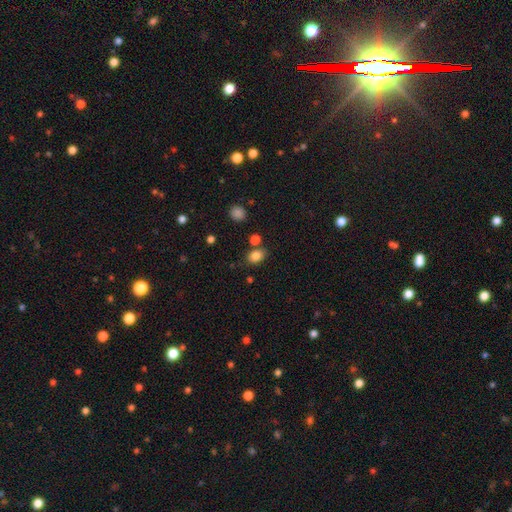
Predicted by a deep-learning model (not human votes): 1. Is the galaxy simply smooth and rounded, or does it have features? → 83% smooth, 11% star or artifact, 6% featured or disk.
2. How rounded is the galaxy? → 69% in between, 30% round, 1% cigar-shaped.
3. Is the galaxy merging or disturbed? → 73% none, 12% minor disturbance, 11% merger, 4% major disturbance.